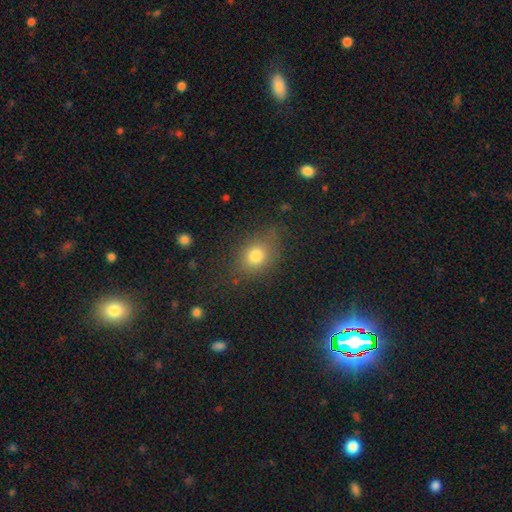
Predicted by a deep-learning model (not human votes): Smooth or featured: smooth — 78% (star or artifact — 13%)
How rounded: round — 49% (tied with in between — 49%)
Merging: none — 76% (minor disturbance — 16%)